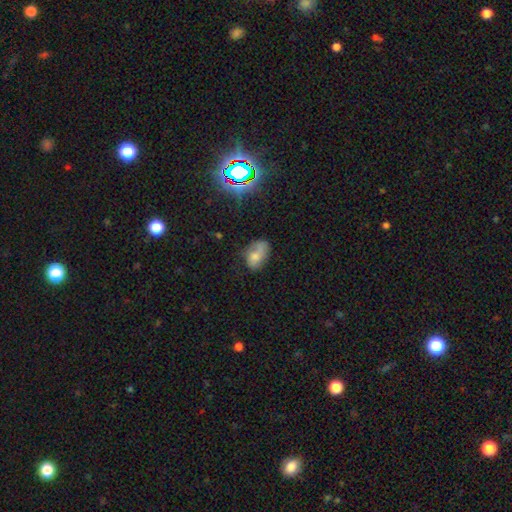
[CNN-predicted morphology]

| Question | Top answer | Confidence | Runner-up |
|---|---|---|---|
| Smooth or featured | smooth | 61% | featured or disk (26%) |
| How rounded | in between | 86% | round (13%) |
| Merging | none | 41% | minor disturbance (33%) |